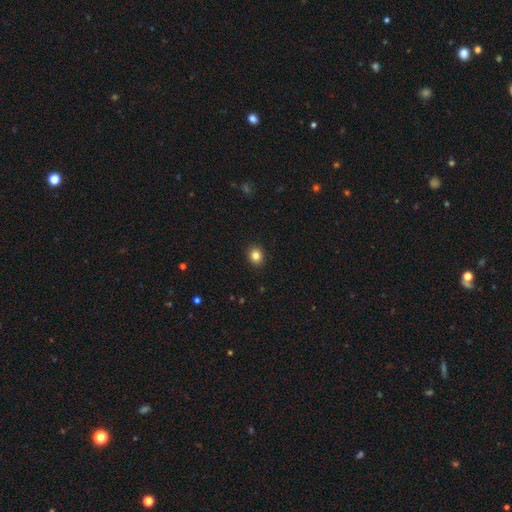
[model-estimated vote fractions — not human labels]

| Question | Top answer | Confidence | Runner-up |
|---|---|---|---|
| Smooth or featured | smooth | 84% | star or artifact (11%) |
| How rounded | round | 72% | in between (27%) |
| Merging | none | 92% | minor disturbance (6%) |